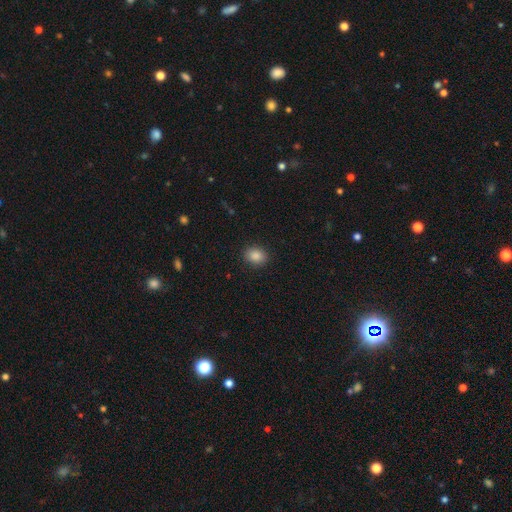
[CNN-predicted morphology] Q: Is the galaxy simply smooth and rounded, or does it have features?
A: smooth — 87%.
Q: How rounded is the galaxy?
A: in between — 52%.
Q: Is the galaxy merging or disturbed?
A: none — 89%.